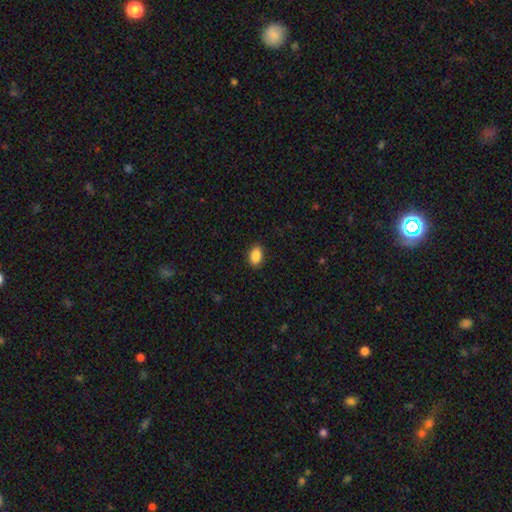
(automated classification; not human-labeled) Smooth or featured? Predicted: smooth (p=0.89). How rounded? Predicted: in between (p=0.89). Merging? Predicted: none (p=0.88).